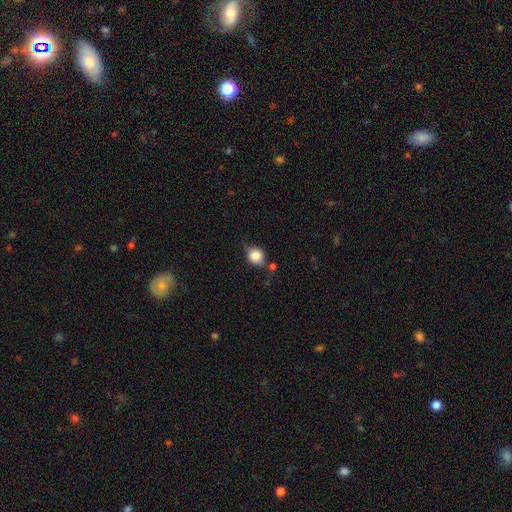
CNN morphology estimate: This is likely a smooth galaxy (76%). How rounded: likely round (70%). Merging: possibly none (57%).